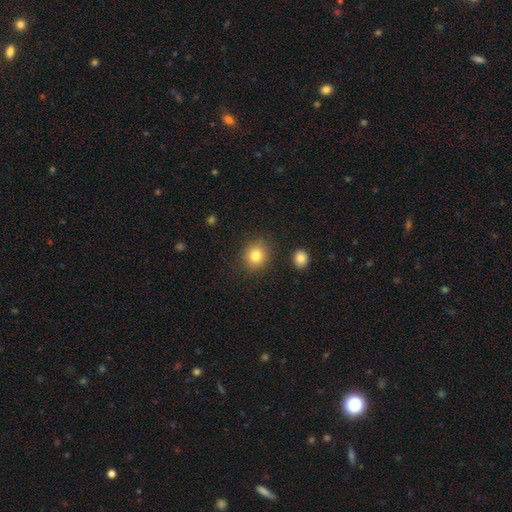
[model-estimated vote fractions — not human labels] Smooth or featured: smooth — 82% (star or artifact — 11%)
How rounded: round — 78% (in between — 21%)
Merging: none — 86% (minor disturbance — 8%)